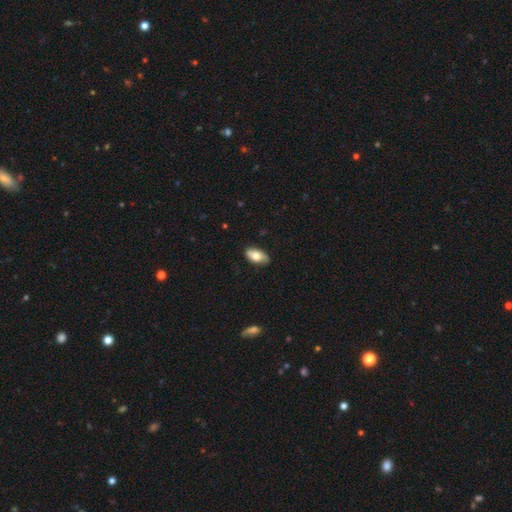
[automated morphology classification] A smooth galaxy with no disk features (76%) that is in between round and cigar-shaped (92%).

Vote fractions:
- Smooth or featured? smooth: 76% / featured or disk: 17% / star or artifact: 6%
- How rounded? in between: 92% / cigar-shaped: 4% / round: 3%
- Merging? none: 82% / minor disturbance: 14% / major disturbance: 2% / merger: 1%